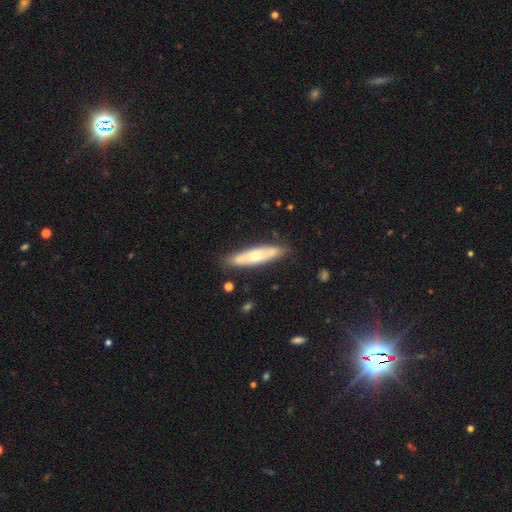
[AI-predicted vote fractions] Morphology: type=featured or disk (50%); merging=none (83%).